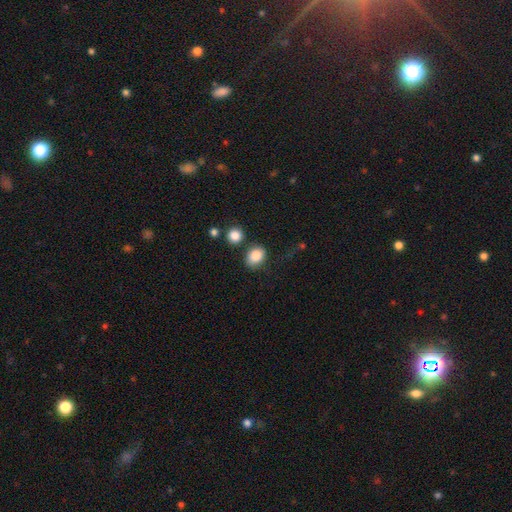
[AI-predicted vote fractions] Q: Smooth or featured?
A: smooth (86%); runner-up: star or artifact (8%)
Q: How rounded?
A: in between (52%); runner-up: round (47%)
Q: Merging?
A: none (66%); runner-up: minor disturbance (17%)